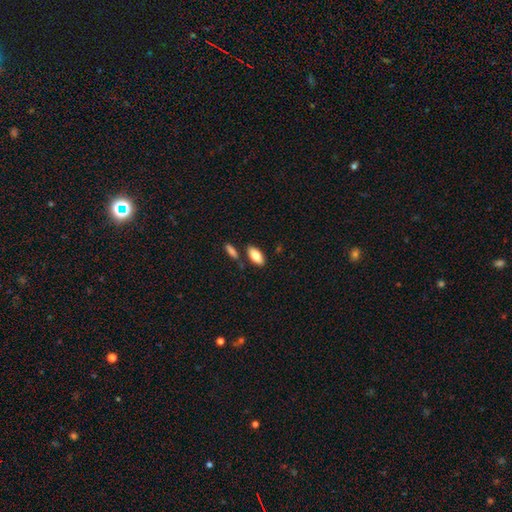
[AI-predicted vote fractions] Smooth or featured?
  - smooth: 81% *
  - featured or disk: 13%
  - star or artifact: 6%
How rounded?
  - in between: 91% *
  - cigar-shaped: 7%
  - round: 3%
Merging?
  - none: 79% *
  - minor disturbance: 10%
  - merger: 8%
  - major disturbance: 2%